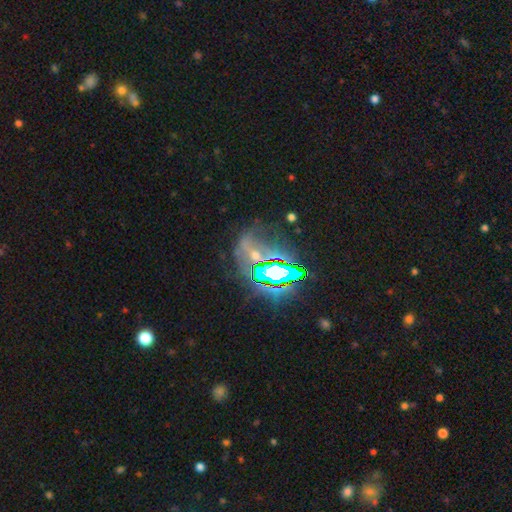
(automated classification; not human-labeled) This is likely a star or artifact rather than a galaxy (70%).